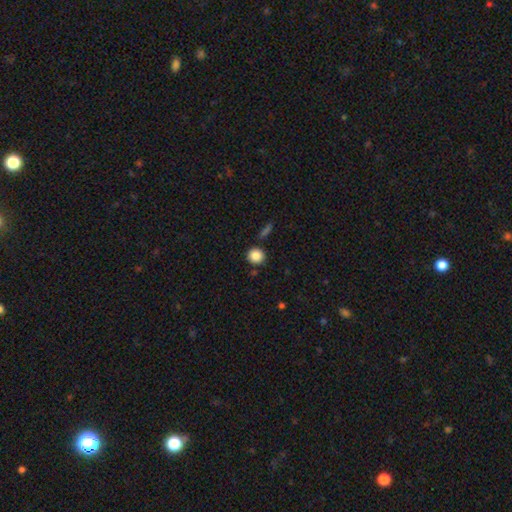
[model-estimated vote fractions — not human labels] smooth 86%, star or artifact 9%, featured or disk 5%. Down the decision tree: how rounded — round (92%); merging — none (86%).